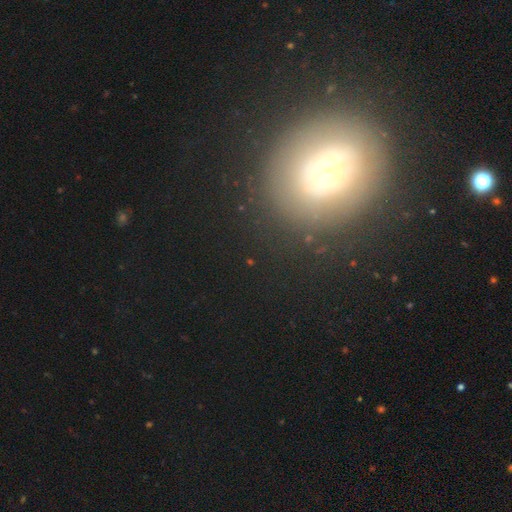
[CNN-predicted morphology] type=featured or disk (48%); merging=none (84%).